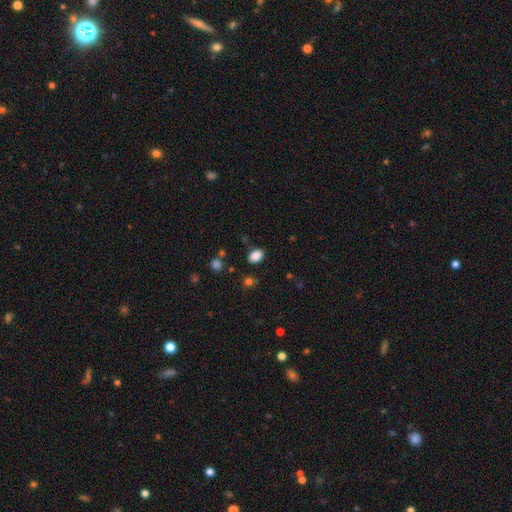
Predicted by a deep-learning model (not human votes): A smooth galaxy with no disk features (86%) that is in between round and cigar-shaped (81%).

Vote fractions:
- Smooth or featured? smooth: 86% / star or artifact: 11% / featured or disk: 4%
- How rounded? in between: 81% / round: 18% / cigar-shaped: 1%
- Merging? none: 82% / minor disturbance: 12% / major disturbance: 3% / merger: 3%